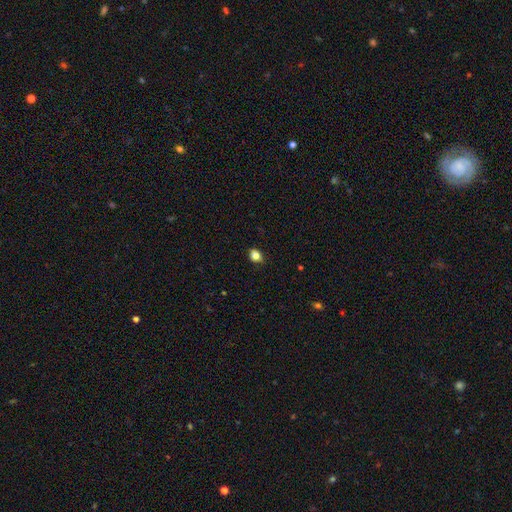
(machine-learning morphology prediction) This appears to be a smooth galaxy with no disk features (83%) that is in between round and cigar-shaped (50%). Merging: none (82%).